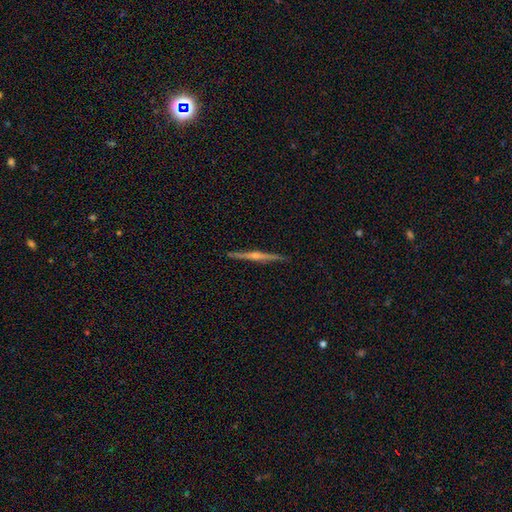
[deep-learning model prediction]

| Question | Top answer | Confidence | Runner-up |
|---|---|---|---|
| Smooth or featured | featured or disk | 71% | smooth (17%) |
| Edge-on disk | yes | 96% | no (4%) |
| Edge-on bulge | rounded | 78% | none (15%) |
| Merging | none | 89% | minor disturbance (7%) |